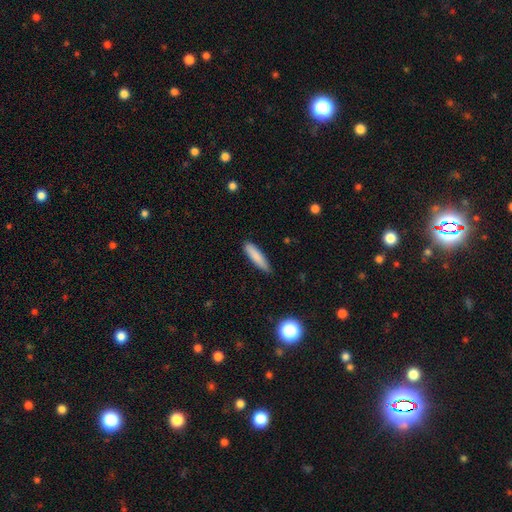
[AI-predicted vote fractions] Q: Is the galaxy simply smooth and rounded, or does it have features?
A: smooth — 84%.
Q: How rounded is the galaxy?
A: cigar-shaped — 79%.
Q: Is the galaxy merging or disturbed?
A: none — 85%.